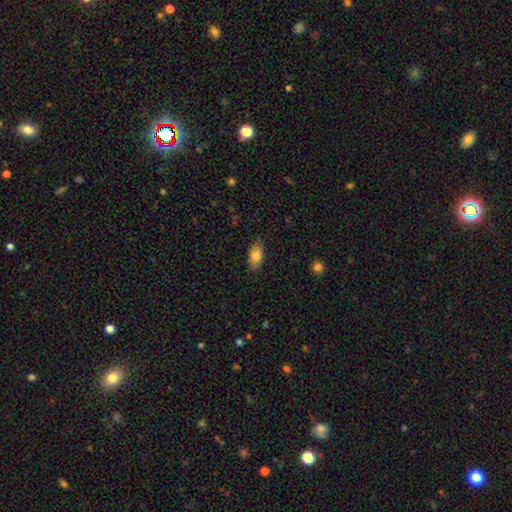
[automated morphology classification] This appears to be a smooth galaxy with no disk features (78%) that is in between round and cigar-shaped (90%). Merging: none (85%).